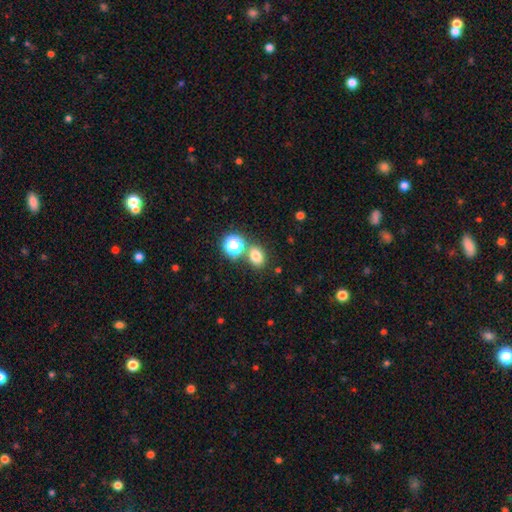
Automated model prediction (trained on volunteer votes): The model was most divided on "how rounded": in between: 51%, round: 48%, cigar-shaped: 1%. More confident: smooth or featured — smooth (76%); merging — none (70%).